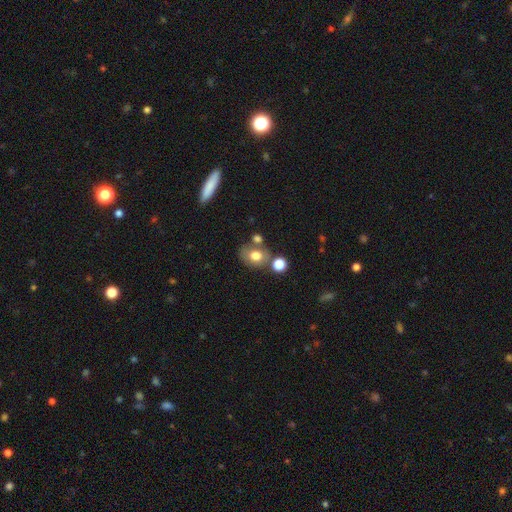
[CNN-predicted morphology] The model was most divided on "how rounded": in between: 52%, round: 47%, cigar-shaped: 1%. More confident: smooth or featured — smooth (73%); merging — none (57%).